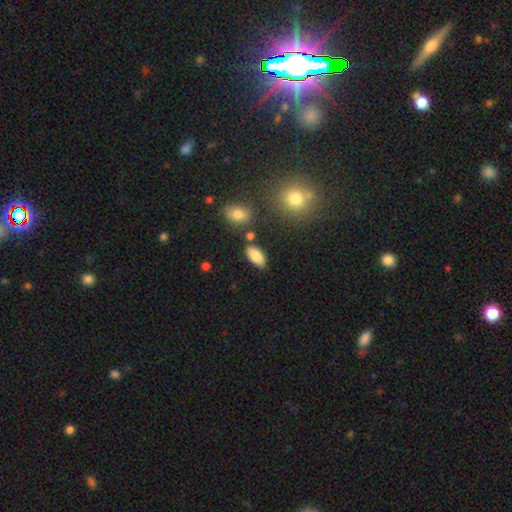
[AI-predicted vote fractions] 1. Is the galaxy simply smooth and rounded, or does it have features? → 84% smooth, 8% star or artifact, 8% featured or disk.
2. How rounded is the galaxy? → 90% in between, 7% cigar-shaped, 3% round.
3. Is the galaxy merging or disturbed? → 79% none, 12% minor disturbance, 5% merger, 3% major disturbance.